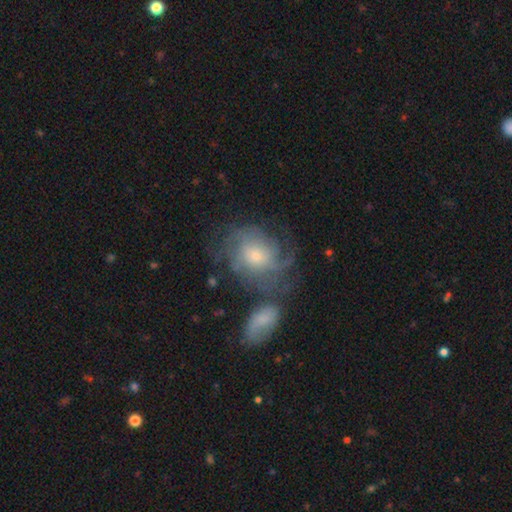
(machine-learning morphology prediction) Smooth or featured? featured or disk (72%)
Edge-on disk? no (97%)
Bar? no (75%)
Spiral arms? yes (89%)
Spiral winding? tight (45%)
Spiral arm count? can't tell (39%)
Bulge size? small (65%)
Merging? none (47%)